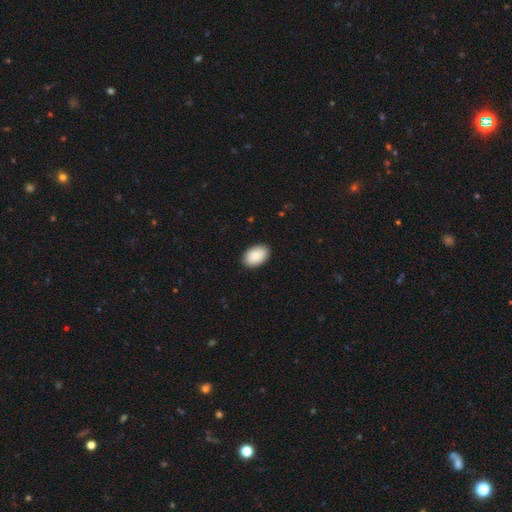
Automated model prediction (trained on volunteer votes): This appears to be a smooth galaxy with no disk features (91%) that is in between round and cigar-shaped (92%). Merging: none (90%).